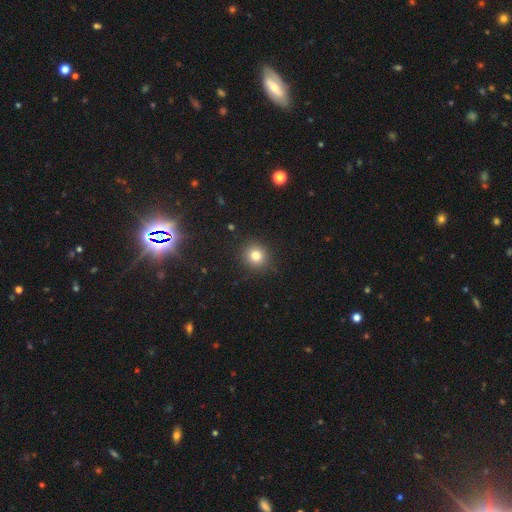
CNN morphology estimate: Smooth or featured? Predicted: smooth (p=0.80). How rounded? Predicted: round (p=0.89). Merging? Predicted: none (p=0.90).